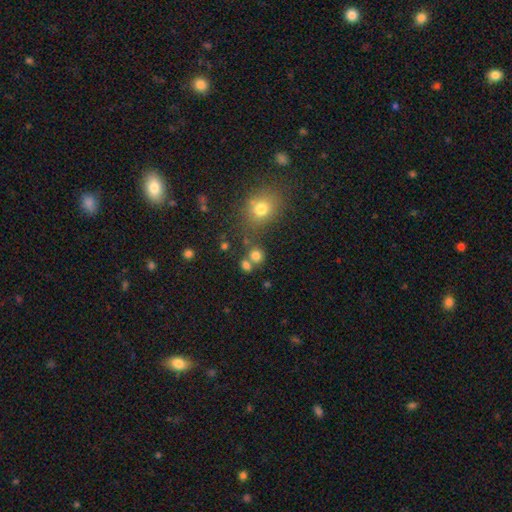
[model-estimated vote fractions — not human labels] Smooth or featured: smooth — 77% (star or artifact — 15%)
How rounded: round — 79% (in between — 20%)
Merging: none — 61% (merger — 26%)